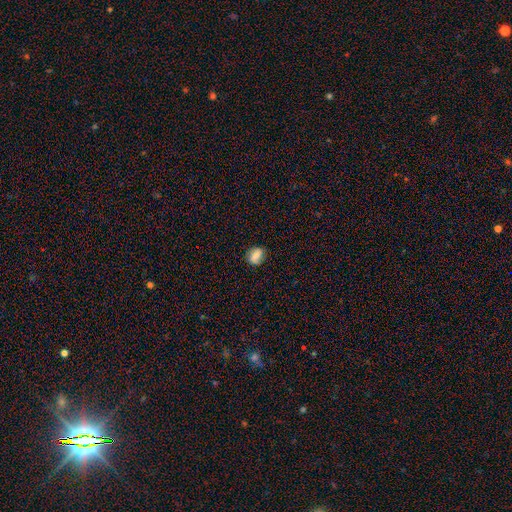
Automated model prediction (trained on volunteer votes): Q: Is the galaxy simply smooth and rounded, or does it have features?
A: smooth — 60%.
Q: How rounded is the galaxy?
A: in between — 50%.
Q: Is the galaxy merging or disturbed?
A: none — 79%.